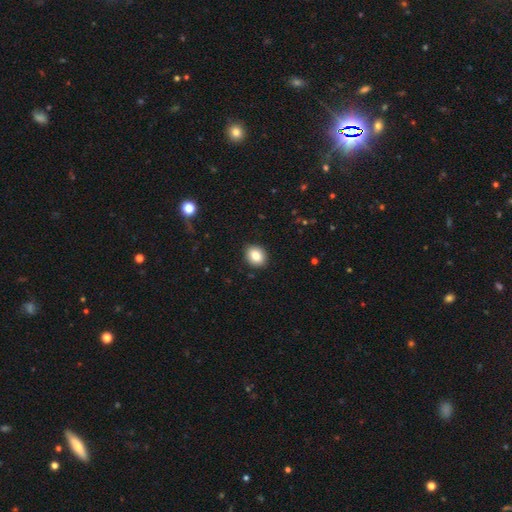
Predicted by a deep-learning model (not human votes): This is clearly a smooth galaxy (83%). How rounded: possibly round (59%). Merging: clearly none (90%).